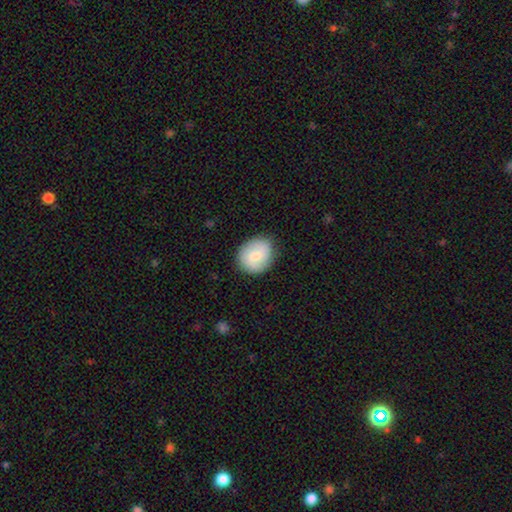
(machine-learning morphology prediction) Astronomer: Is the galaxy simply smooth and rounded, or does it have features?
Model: smooth — 57% (runner-up: featured or disk, 36%).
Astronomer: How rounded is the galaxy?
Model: round — 70%.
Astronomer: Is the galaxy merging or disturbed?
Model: none — 84%.